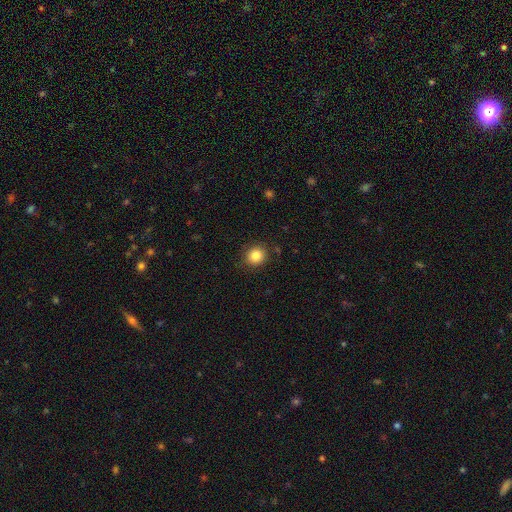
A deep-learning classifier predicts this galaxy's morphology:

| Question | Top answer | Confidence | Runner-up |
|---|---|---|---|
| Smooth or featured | smooth | 84% | star or artifact (11%) |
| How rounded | round | 85% | in between (14%) |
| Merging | none | 88% | minor disturbance (9%) |